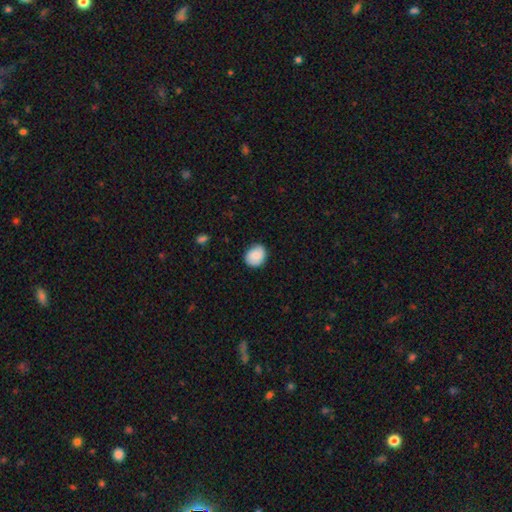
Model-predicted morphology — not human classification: Smooth or featured?
  - smooth: 84% *
  - featured or disk: 9%
  - star or artifact: 7%
How rounded?
  - round: 60% *
  - in between: 39%
  - cigar-shaped: 1%
Merging?
  - none: 78% *
  - minor disturbance: 18%
  - major disturbance: 3%
  - merger: 1%